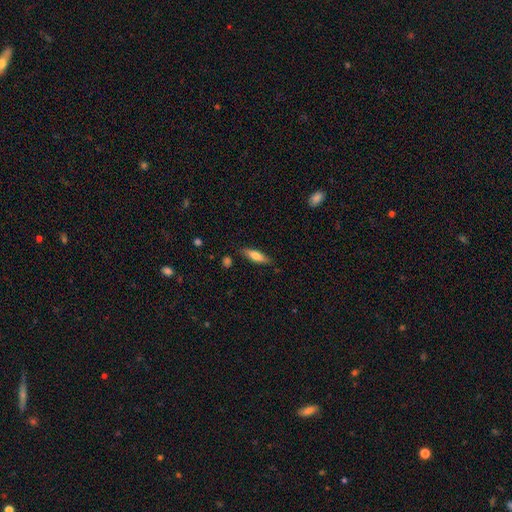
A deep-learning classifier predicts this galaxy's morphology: This is likely a smooth galaxy (66%). How rounded: possibly cigar-shaped (51%). Merging: clearly none (82%).